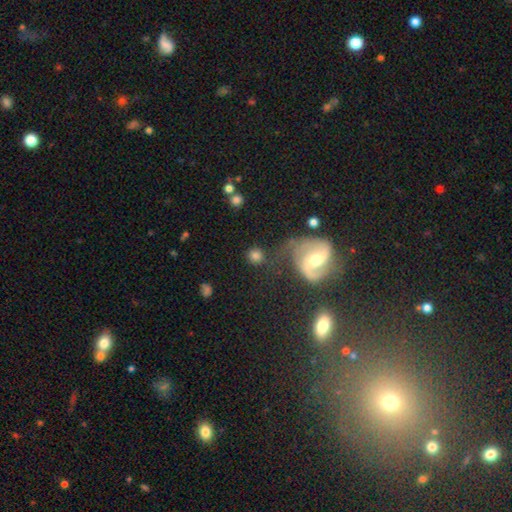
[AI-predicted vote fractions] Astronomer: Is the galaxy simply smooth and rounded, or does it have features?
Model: smooth — 67%.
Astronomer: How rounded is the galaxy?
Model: round — 87%.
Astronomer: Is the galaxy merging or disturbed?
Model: none — 70%.